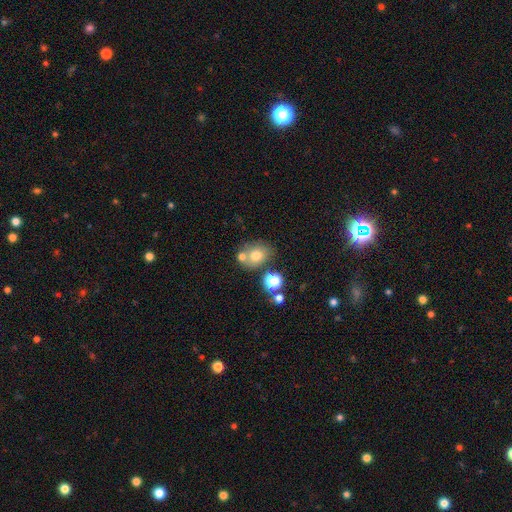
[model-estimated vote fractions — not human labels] This is likely a smooth galaxy (72%). How rounded: possibly round (50%). Merging: possibly none (55%).